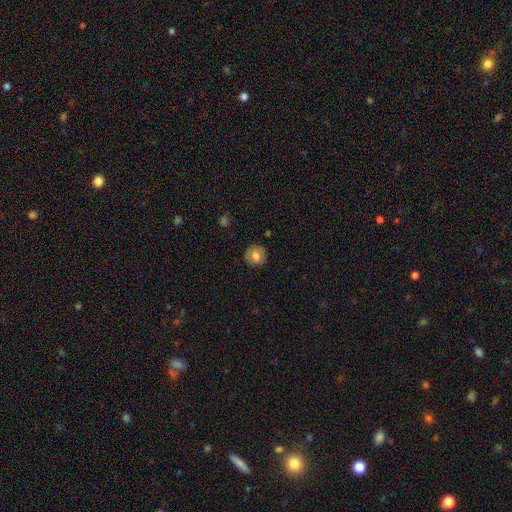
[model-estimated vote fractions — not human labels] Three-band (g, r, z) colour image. It shows a smooth galaxy with no disk features (73%) that is round (83%). Merging: none (83%).